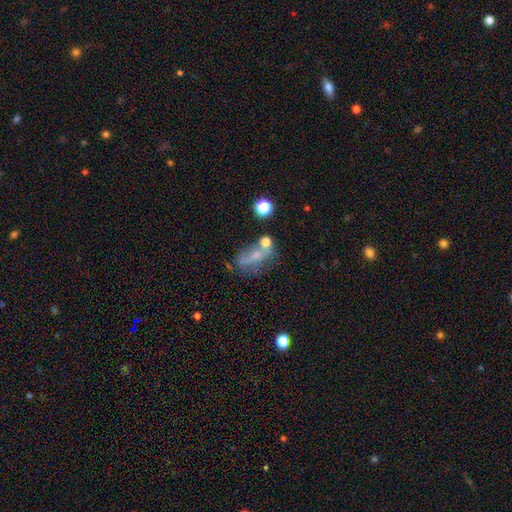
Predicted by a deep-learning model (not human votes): Smooth or featured: smooth — 45% (featured or disk — 38%)
Merging: none — 40% (minor disturbance — 22%)